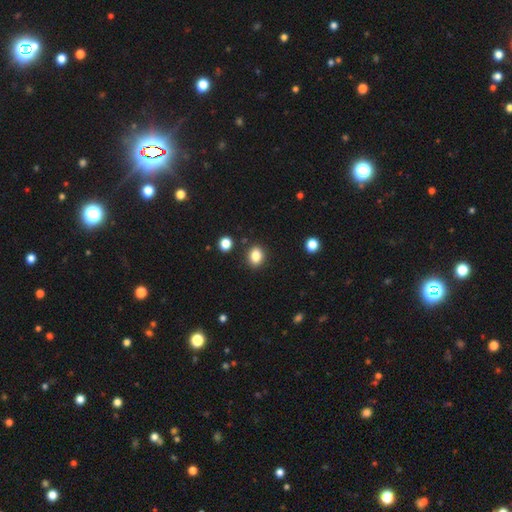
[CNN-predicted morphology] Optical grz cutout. It shows a smooth galaxy with no disk features (84%) that is in between round and cigar-shaped (53%). Merging: none (87%).